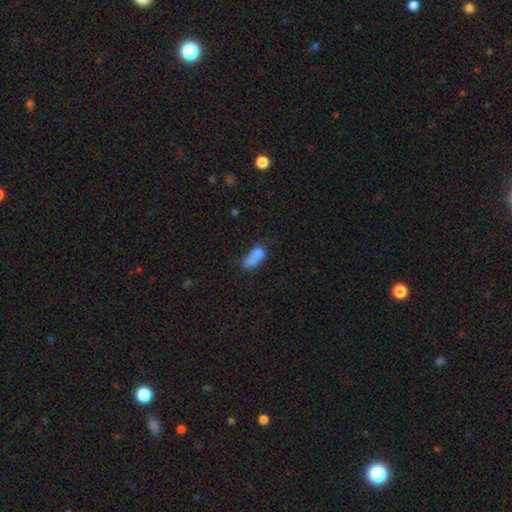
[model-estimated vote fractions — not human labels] This is likely a smooth galaxy (69%). How rounded: likely in between (74%). Merging: marginally merger (39%).